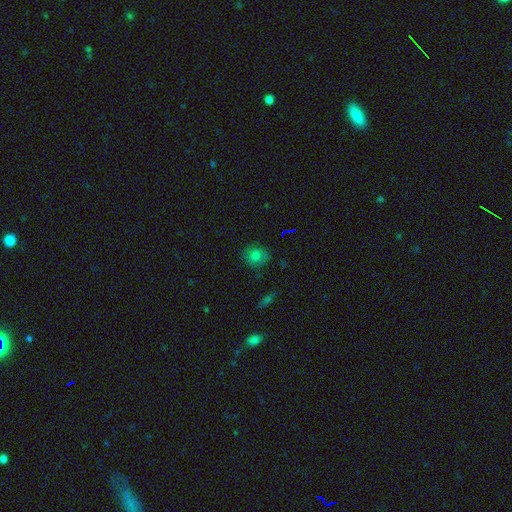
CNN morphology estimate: The model was most divided on "how rounded": round: 75%, in between: 24%, cigar-shaped: 1%. More confident: merging — none (81%); smooth or featured — smooth (75%).